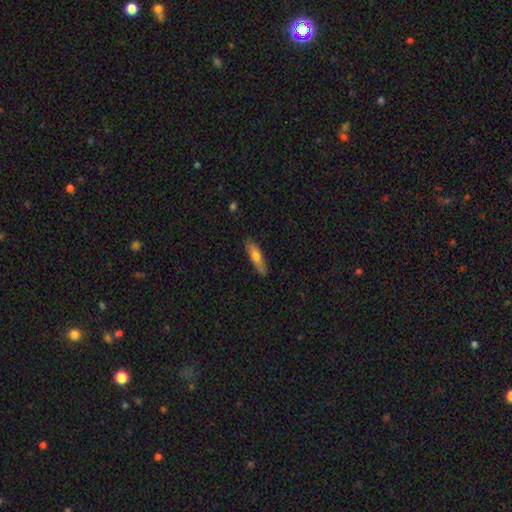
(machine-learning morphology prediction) This is likely a smooth galaxy (66%). How rounded: likely cigar-shaped (66%). Merging: clearly none (83%).